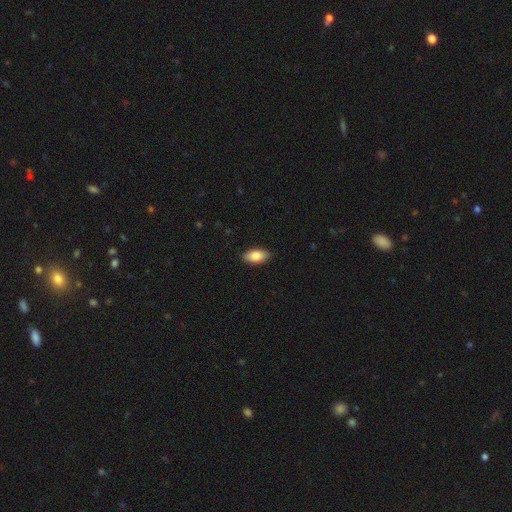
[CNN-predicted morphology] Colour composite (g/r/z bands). It shows a smooth galaxy with no disk features (86%) that is in between round and cigar-shaped (92%). Merging: none (89%).